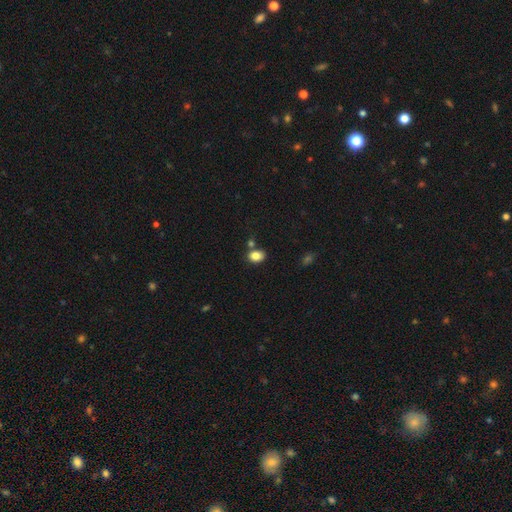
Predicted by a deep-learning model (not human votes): Smooth or featured: smooth — 84% (star or artifact — 10%)
How rounded: in between — 64% (round — 35%)
Merging: none — 68% (merger — 16%)